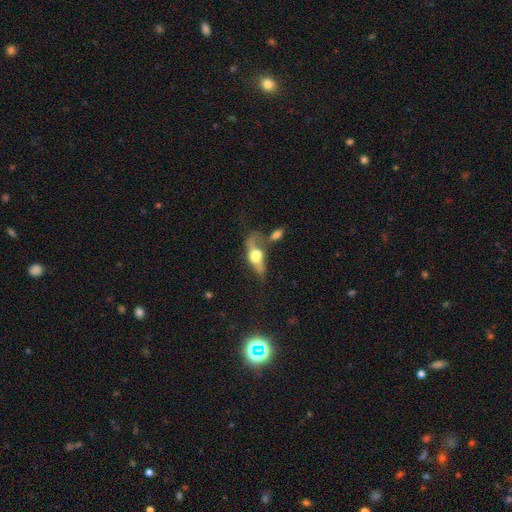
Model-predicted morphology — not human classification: A featured or disk galaxy (45%).

Vote fractions:
- Smooth or featured? featured or disk: 45% / smooth: 44% / star or artifact: 10%
- Merging? merger: 34% / major disturbance: 26% / none: 24% / minor disturbance: 16%